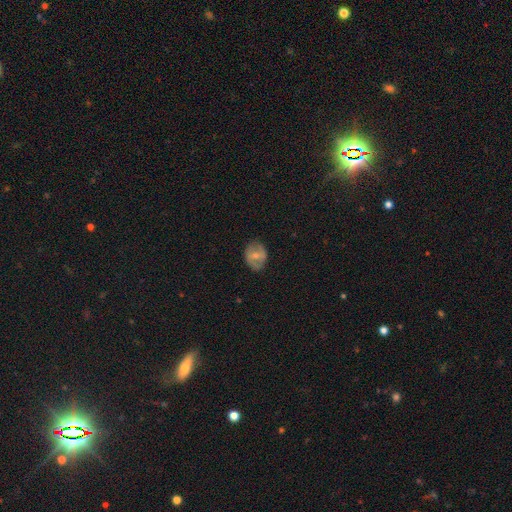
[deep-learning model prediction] Morphology: type=featured or disk (49%); merging=none (74%).